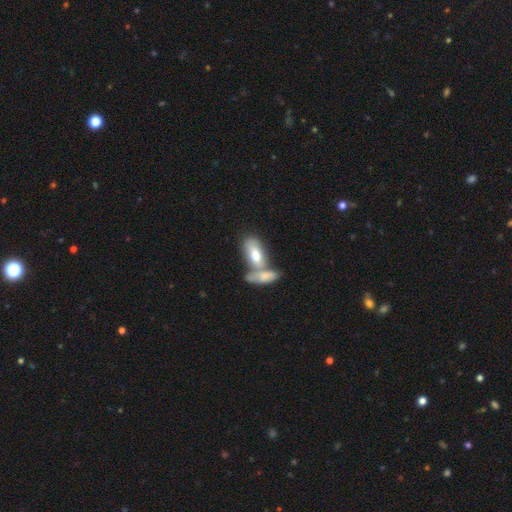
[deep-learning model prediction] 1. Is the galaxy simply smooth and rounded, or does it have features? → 71% smooth, 24% featured or disk, 6% star or artifact.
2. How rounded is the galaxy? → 85% in between, 12% cigar-shaped, 3% round.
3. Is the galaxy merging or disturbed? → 56% merger, 29% none, 10% minor disturbance, 5% major disturbance.